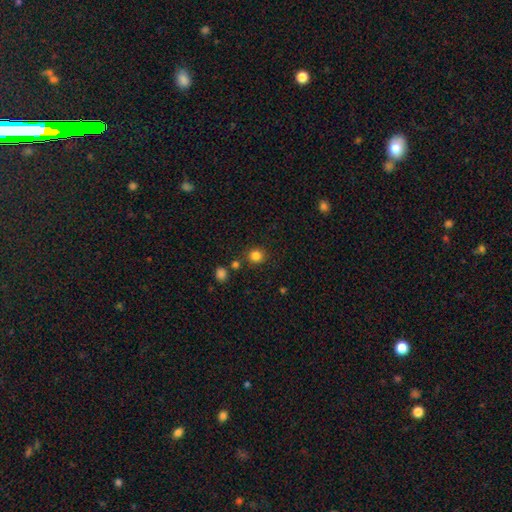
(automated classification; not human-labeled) This appears to be a smooth galaxy with no disk features (83%) that is round (90%). Merging: none (85%).